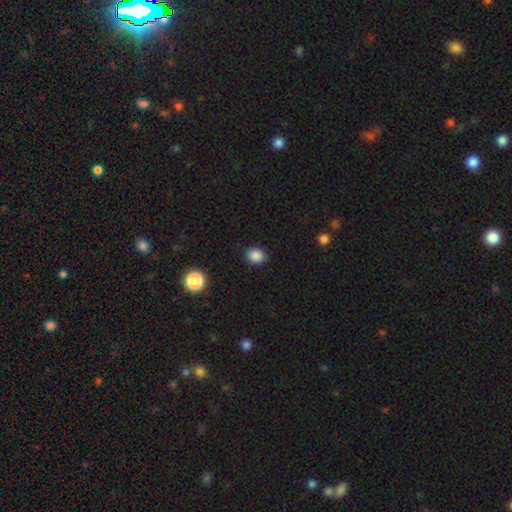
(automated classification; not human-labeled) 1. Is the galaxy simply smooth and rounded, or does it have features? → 86% smooth, 11% star or artifact, 3% featured or disk.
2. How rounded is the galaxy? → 51% in between, 48% round, 1% cigar-shaped.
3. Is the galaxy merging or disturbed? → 88% none, 9% minor disturbance, 2% major disturbance, 1% merger.